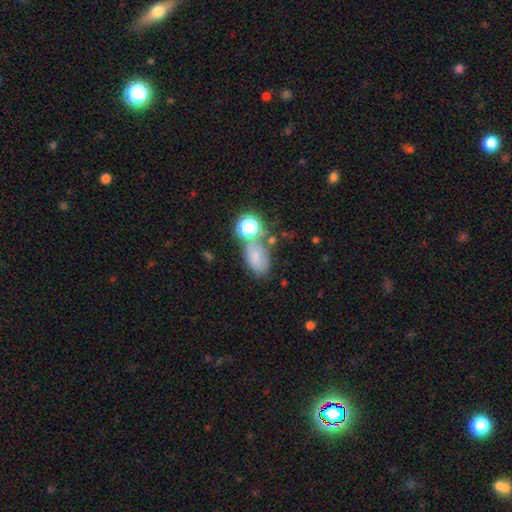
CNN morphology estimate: Overall: smooth (66%). How rounded: in between (81%). Merging: none (44%; merger 23%).